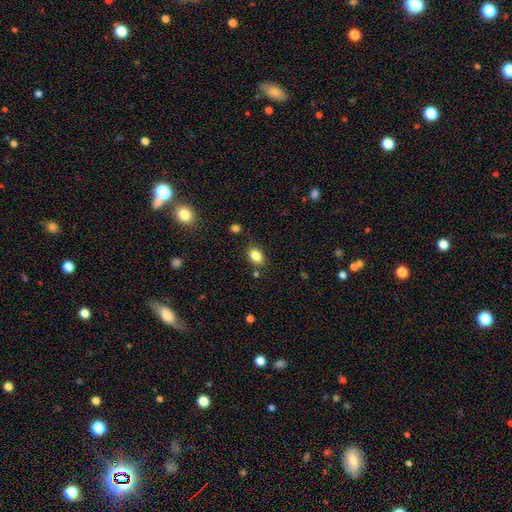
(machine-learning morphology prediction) Smooth or featured?
  - smooth: 85% *
  - star or artifact: 9%
  - featured or disk: 6%
How rounded?
  - in between: 75% *
  - round: 24%
  - cigar-shaped: 1%
Merging?
  - none: 81% *
  - minor disturbance: 12%
  - merger: 4%
  - major disturbance: 3%